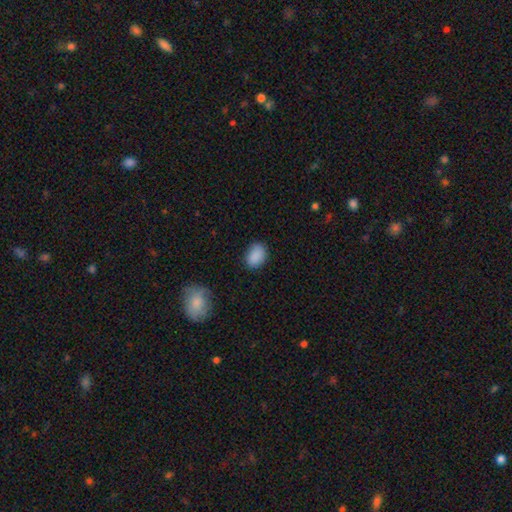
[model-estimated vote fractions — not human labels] Overall: smooth (88%). How rounded: in between (78%). Merging: none (80%).